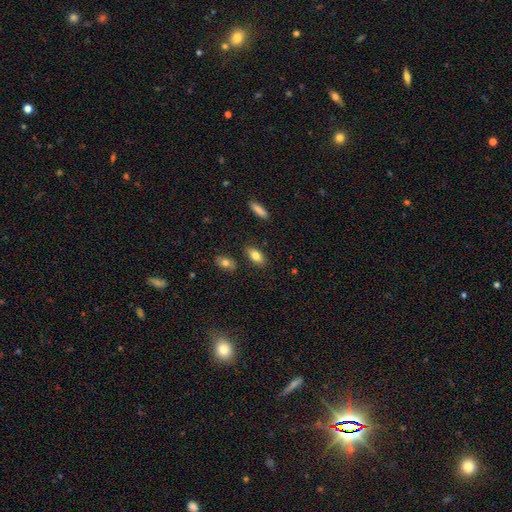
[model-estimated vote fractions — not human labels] This appears to be a smooth galaxy with no disk features (80%) that is in between round and cigar-shaped (87%). Merging: none (84%).